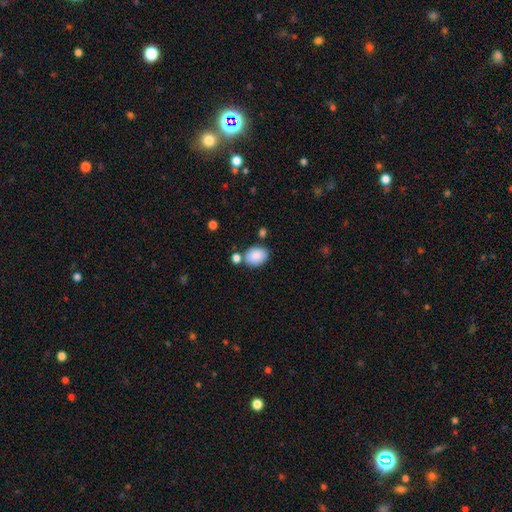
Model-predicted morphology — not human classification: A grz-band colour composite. It shows a smooth galaxy with no disk features (87%) that is in between round and cigar-shaped (71%). Merging: none (69%).